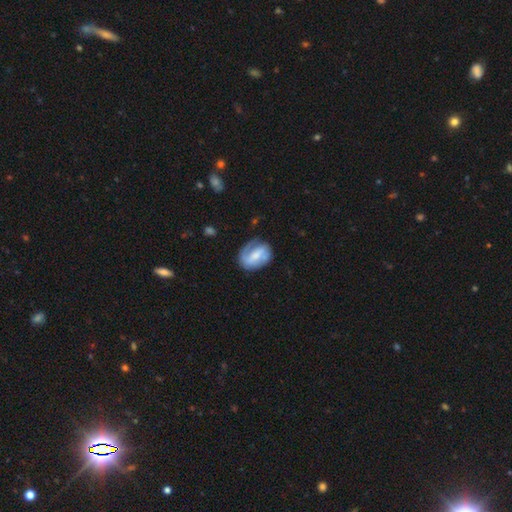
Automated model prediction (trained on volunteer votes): Smooth or featured?
  - featured or disk: 68% *
  - smooth: 26%
  - star or artifact: 6%
Edge-on disk?
  - no: 97% *
  - yes: 3%
Bar?
  - weak: 44% *
  - strong: 33%
  - no: 23%
Spiral arms?
  - yes: 86% *
  - no: 14%
Spiral winding?
  - medium: 41% *
  - tight: 36%
  - loose: 23%
Spiral arm count?
  - 2: 63% *
  - 1: 21%
  - can't tell: 11%
  - 3: 3%
  - 4: 1%
  - more than 4: 1%
Bulge size?
  - moderate: 38% * (tied)
  - small: 38% * (tied)
  - none: 13%
  - large: 9%
  - dominant: 2%
Merging?
  - none: 65% *
  - minor disturbance: 22%
  - major disturbance: 11%
  - merger: 2%